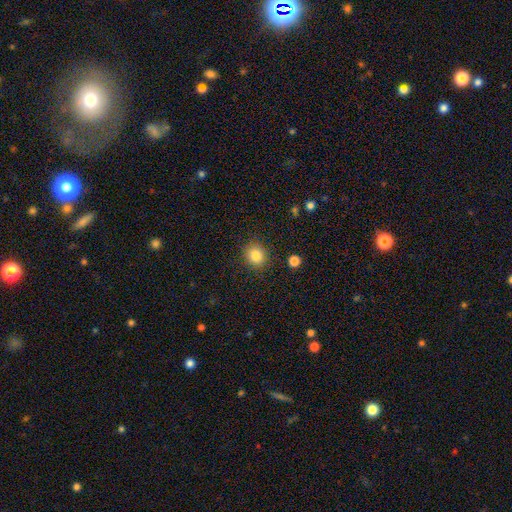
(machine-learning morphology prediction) This appears to be a smooth galaxy with no disk features (84%) that is round (79%). Merging: none (88%).